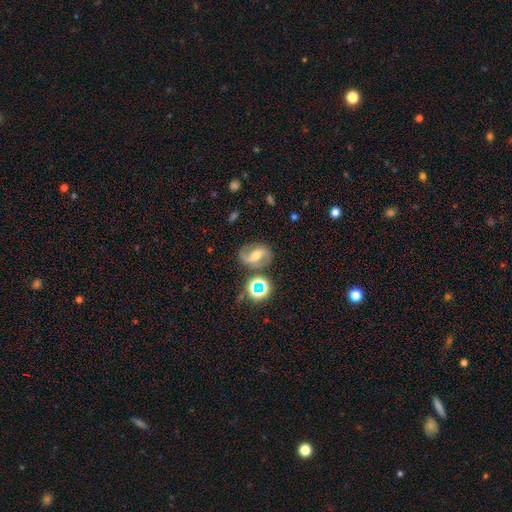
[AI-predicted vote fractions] Morphology: type=featured or disk (68%); edge-on=no (96%); bar=weak (44%); spiral arms=yes (90%); winding=medium (42%, tied with loose); arm count=2 (86%); bulge=moderate (61%); merging=none (73%).